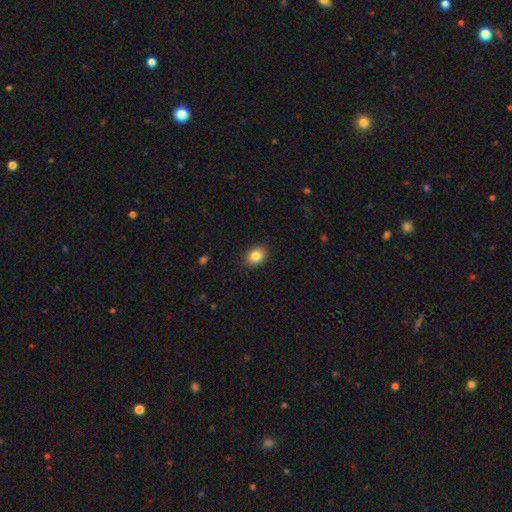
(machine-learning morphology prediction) smooth 83%, star or artifact 9%, featured or disk 8%. Down the decision tree: how rounded — in between (71%); merging — none (89%).